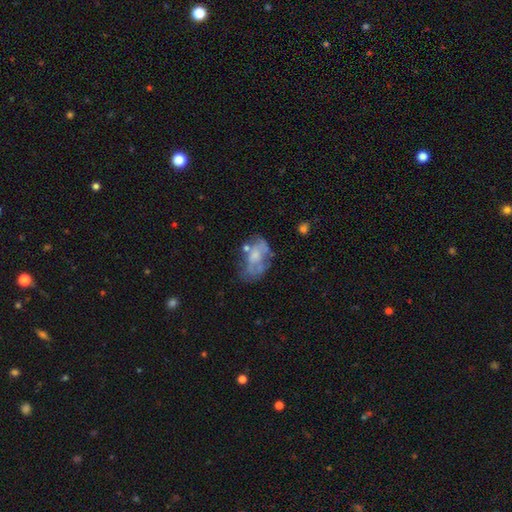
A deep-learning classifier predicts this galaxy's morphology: Smooth or featured: featured or disk — 54% (smooth — 37%)
Edge-on disk: no — 96% (yes — 4%)
Bar: no — 83% (weak — 14%)
Spiral arms: no — 75% (yes — 25%)
Bulge size: small — 35% (moderate — 31%)
Merging: none — 40% (minor disturbance — 25%)